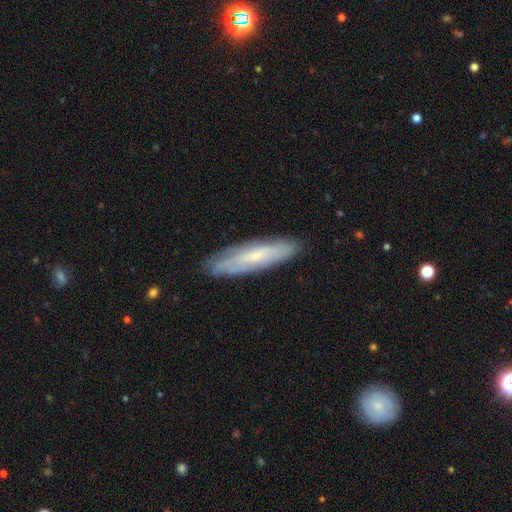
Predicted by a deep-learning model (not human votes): Smooth or featured? Predicted: featured or disk (p=0.53). Edge-on disk? Predicted: no (p=0.56). Merging? Predicted: none (p=0.82).